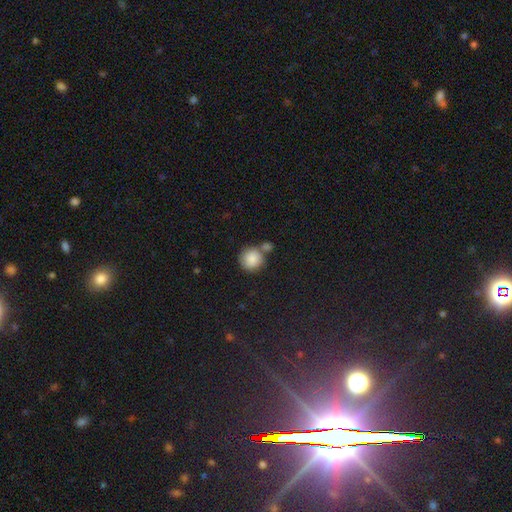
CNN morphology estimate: smooth_or_featured: smooth (p=0.86) [alt: star or artifact p=0.08]
how_rounded: round (p=0.92) [alt: in between p=0.07]
merging: none (p=0.57) [alt: merger p=0.27]